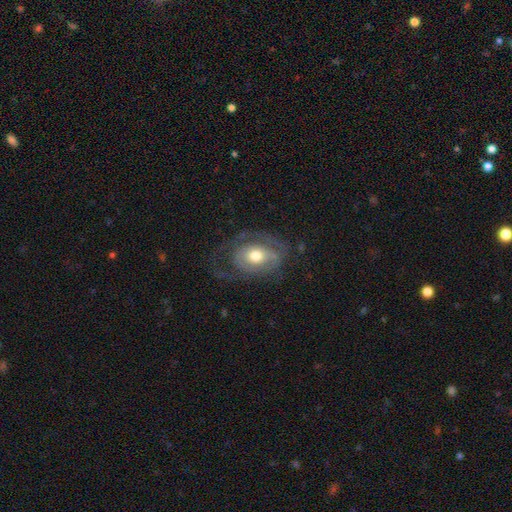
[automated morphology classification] type=featured or disk (64%); edge-on=no (95%); bar=no (79%); spiral arms=yes (64%); bulge=moderate (68%); merging=none (52%).